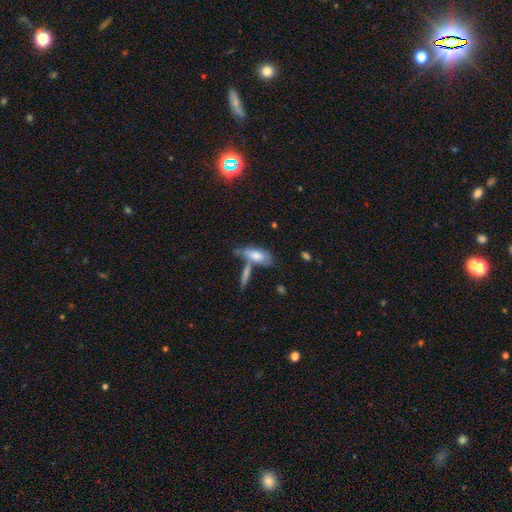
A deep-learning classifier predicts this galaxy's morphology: Q: Smooth or featured?
A: smooth (70%); runner-up: featured or disk (23%)
Q: How rounded?
A: in between (73%); runner-up: cigar-shaped (24%)
Q: Merging?
A: none (40%); runner-up: merger (35%)